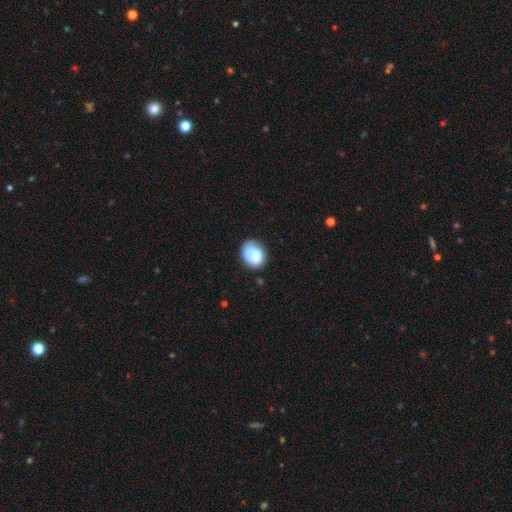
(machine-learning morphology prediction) A smooth galaxy with no disk features (75%) that is in between round and cigar-shaped (56%).

Vote fractions:
- Smooth or featured? smooth: 75% / featured or disk: 17% / star or artifact: 8%
- How rounded? in between: 56% / round: 43% / cigar-shaped: 1%
- Merging? none: 61% / minor disturbance: 27% / major disturbance: 8% / merger: 4%